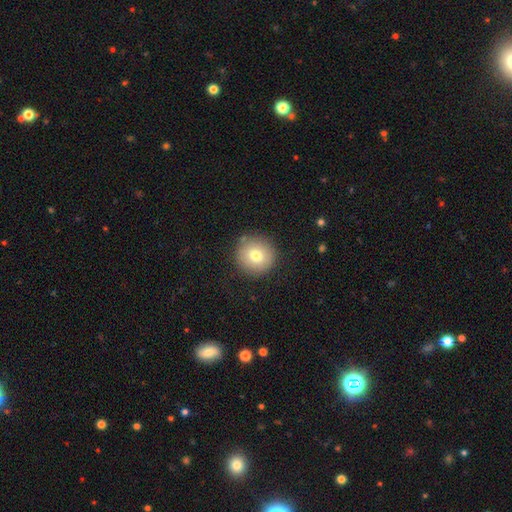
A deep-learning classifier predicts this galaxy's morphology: Smooth or featured: smooth — 75% (featured or disk — 14%)
How rounded: round — 94% (in between — 5%)
Merging: none — 87% (minor disturbance — 8%)